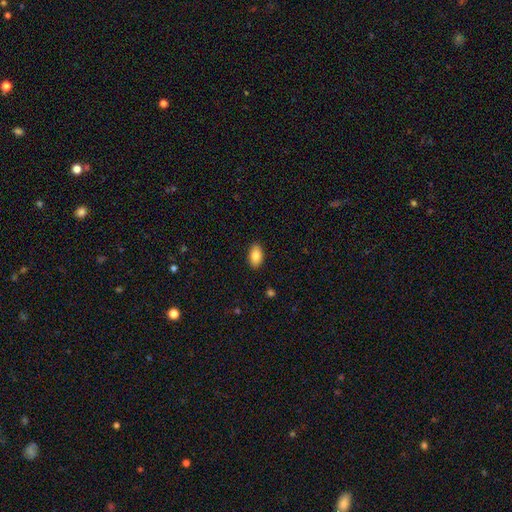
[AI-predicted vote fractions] Q: Smooth or featured?
A: smooth (85%); runner-up: featured or disk (8%)
Q: How rounded?
A: in between (93%); runner-up: round (5%)
Q: Merging?
A: none (89%); runner-up: minor disturbance (8%)